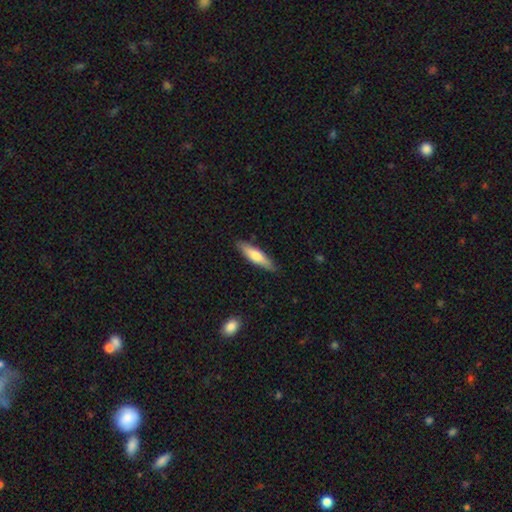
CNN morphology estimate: This appears to be a smooth galaxy with no disk features (63%) that is cigar-shaped (72%). Merging: none (86%).